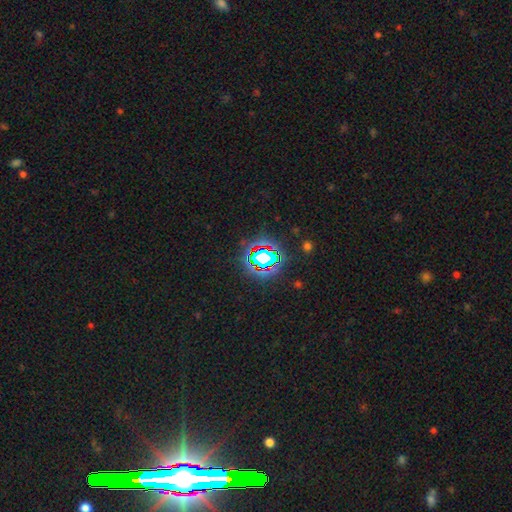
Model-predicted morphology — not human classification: Smooth or featured? Predicted: star or artifact (p=0.81).